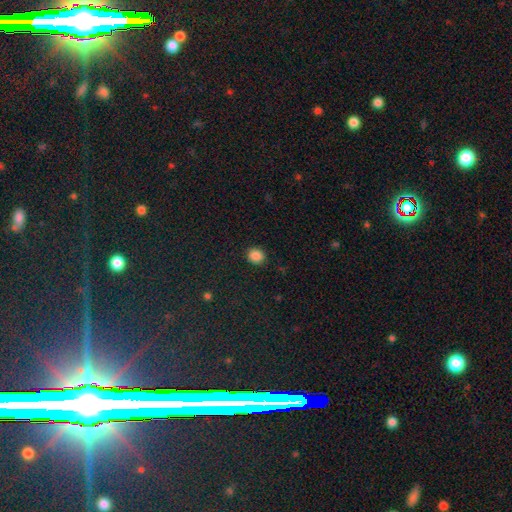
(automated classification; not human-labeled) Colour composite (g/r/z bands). It shows a smooth galaxy with no disk features (87%) that is round (77%). Merging: none (90%).